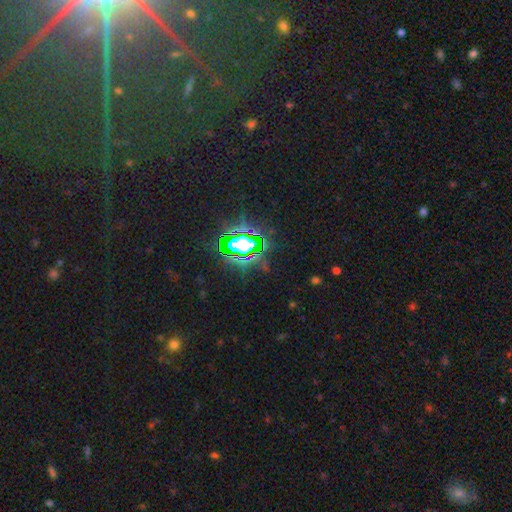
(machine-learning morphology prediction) Q: Smooth or featured?
A: star or artifact (77%); runner-up: smooth (14%)